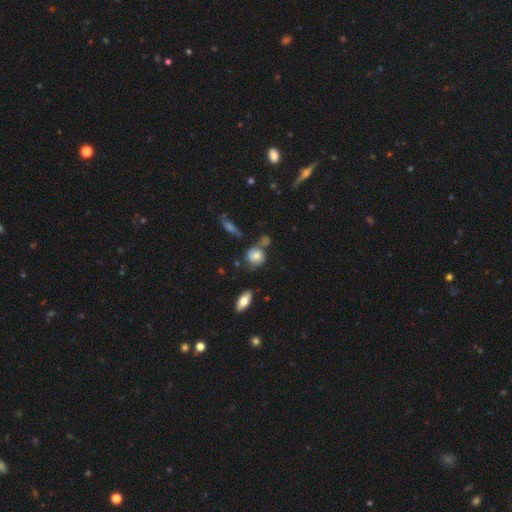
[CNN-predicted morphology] type=smooth (67%); roundness=round (57%); merging=none (50%).